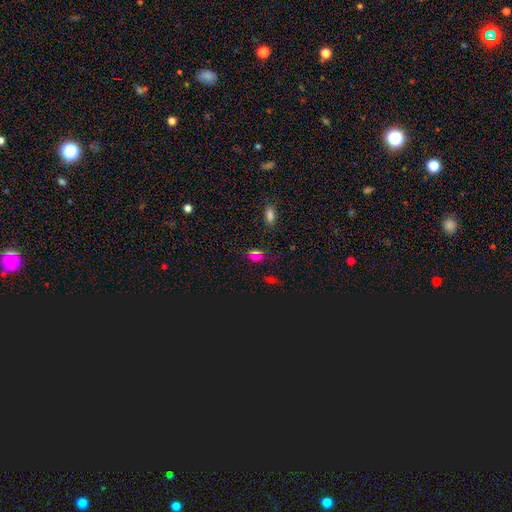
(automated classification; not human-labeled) smooth_or_featured: star or artifact (p=0.52) [alt: smooth p=0.41]